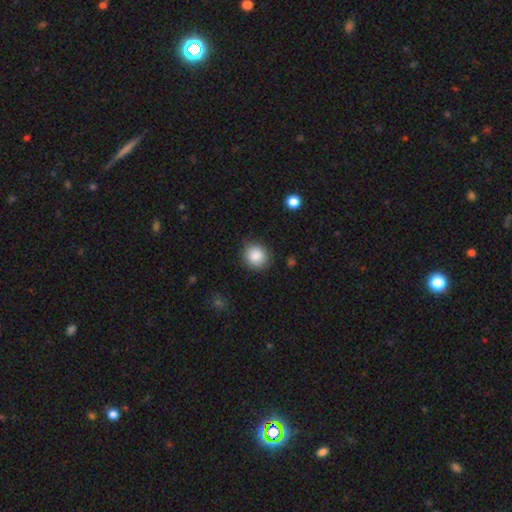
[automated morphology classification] smooth_or_featured: smooth (p=0.87) [alt: star or artifact p=0.09]
how_rounded: round (p=0.84) [alt: in between p=0.15]
merging: none (p=0.84) [alt: minor disturbance p=0.12]